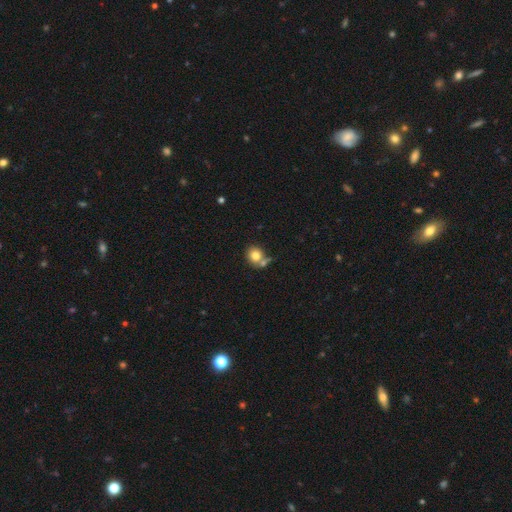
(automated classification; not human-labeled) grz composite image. It shows a smooth galaxy with no disk features (79%) that is round (78%). Merging: none (50%).